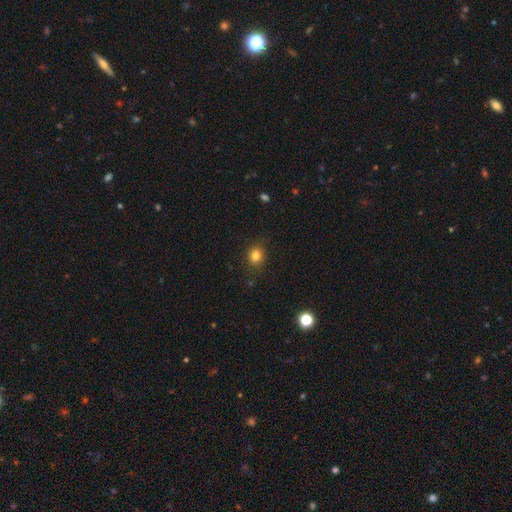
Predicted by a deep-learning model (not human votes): Morphology: type=smooth (81%); roundness=round (75%); merging=none (86%).